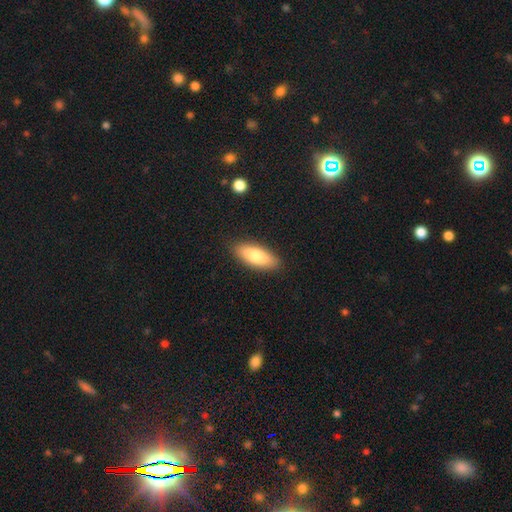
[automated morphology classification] Smooth or featured?
  - smooth: 80% *
  - featured or disk: 14%
  - star or artifact: 6%
How rounded?
  - in between: 70% *
  - cigar-shaped: 28%
  - round: 2%
Merging?
  - none: 88% *
  - minor disturbance: 9%
  - major disturbance: 2%
  - merger: 1%